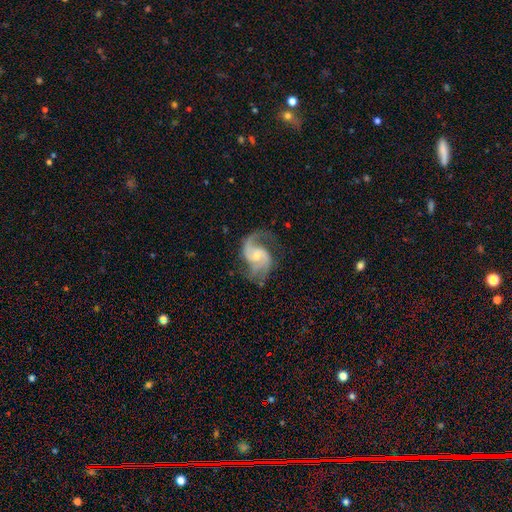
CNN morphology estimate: The model was most divided on "bar": no: 49%, weak: 43%, strong: 8%. More confident: edge-on disk — no (98%); spiral arms — yes (98%); smooth or featured — featured or disk (91%); spiral arm count — 2 (82%); merging — none (66%); spiral winding — medium (55%); bulge size — small (53%).